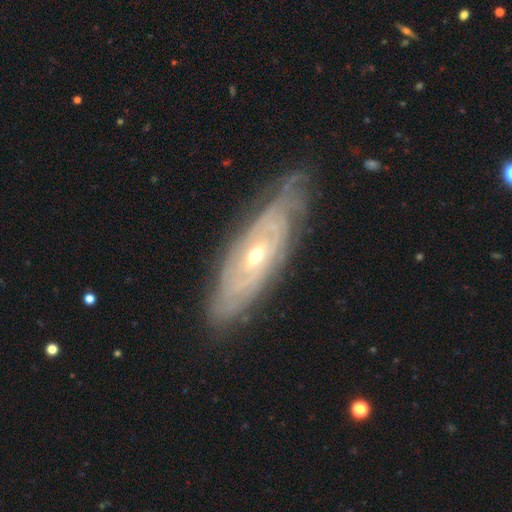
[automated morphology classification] Smooth or featured?
  - featured or disk: 83% *
  - smooth: 10%
  - star or artifact: 6%
Edge-on disk?
  - no: 80% *
  - yes: 20%
Bar?
  - no: 68% *
  - weak: 24%
  - strong: 9%
Spiral arms?
  - yes: 90% *
  - no: 10%
Spiral winding?
  - tight: 79% *
  - medium: 17%
  - loose: 4%
Spiral arm count?
  - can't tell: 56% *
  - 2: 15%
  - 3: 10%
  - 4: 8%
  - more than 4: 7%
  - 1: 4%
Bulge size?
  - small: 52% *
  - moderate: 45%
  - large: 2%
  - none: 1%
  - dominant: 1%
Merging?
  - none: 77% *
  - minor disturbance: 17%
  - major disturbance: 5%
  - merger: 1%